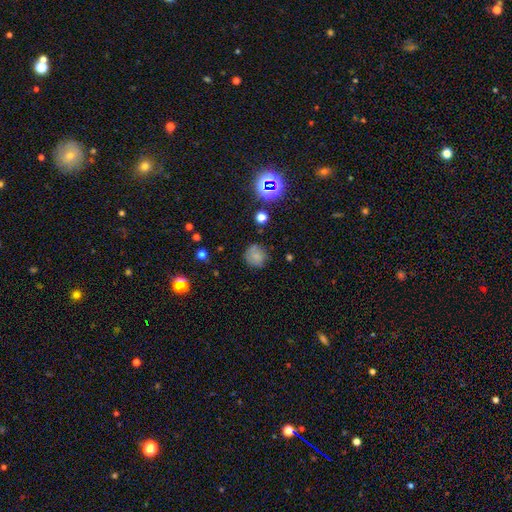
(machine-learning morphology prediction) type=smooth (73%); roundness=round (86%); merging=none (71%).